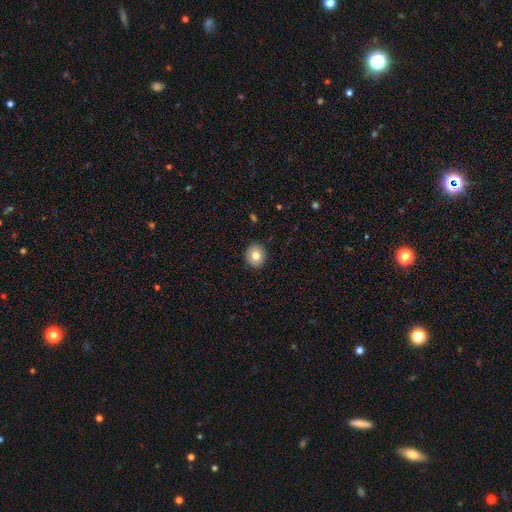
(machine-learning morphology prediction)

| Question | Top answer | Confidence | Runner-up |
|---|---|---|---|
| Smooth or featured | smooth | 80% | featured or disk (11%) |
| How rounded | round | 81% | in between (18%) |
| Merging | none | 90% | minor disturbance (7%) |